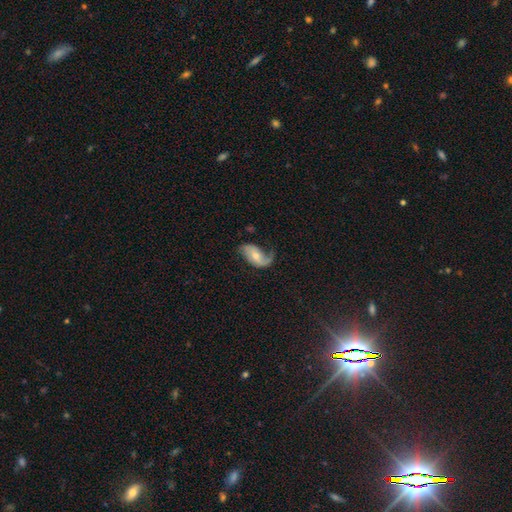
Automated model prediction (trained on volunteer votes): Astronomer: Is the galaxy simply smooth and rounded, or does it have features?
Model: featured or disk — 69%.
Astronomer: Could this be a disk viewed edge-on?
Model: no — 96%.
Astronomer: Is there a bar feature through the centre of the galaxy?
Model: no — 50% (runner-up: weak, 36%).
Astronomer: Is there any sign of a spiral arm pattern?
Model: yes — 90%.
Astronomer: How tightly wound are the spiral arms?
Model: loose — 60%.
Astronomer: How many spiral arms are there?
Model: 2 — 58% (runner-up: 1, 35%).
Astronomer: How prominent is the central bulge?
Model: moderate — 51% (runner-up: small, 42%).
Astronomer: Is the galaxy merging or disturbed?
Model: none — 46% (runner-up: minor disturbance, 28%).